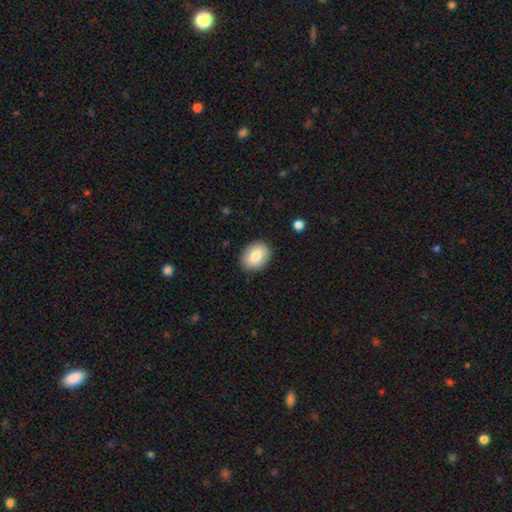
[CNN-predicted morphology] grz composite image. It shows a smooth galaxy with no disk features (83%) that is in between round and cigar-shaped (64%). Merging: none (88%).